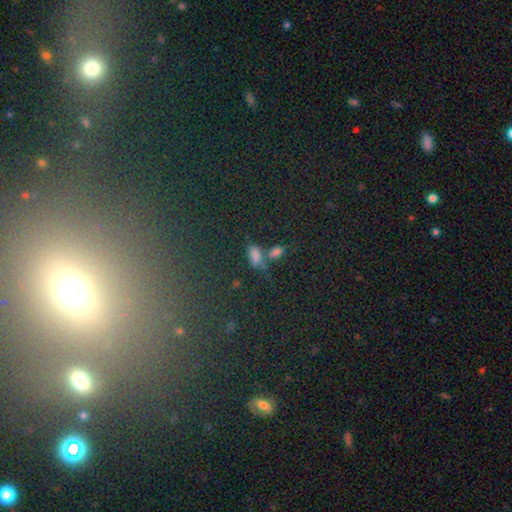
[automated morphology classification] The model was most divided on "merging": none: 47%, merger: 30%, minor disturbance: 15%, major disturbance: 9%. More confident: how rounded — in between (78%); smooth or featured — smooth (63%).